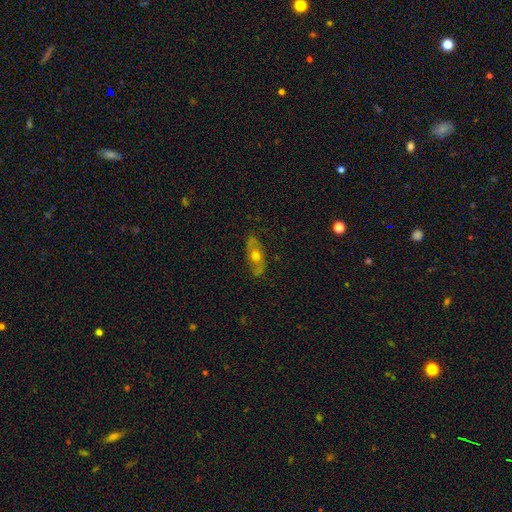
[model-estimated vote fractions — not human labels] This is possibly a featured or disk galaxy (50%). It is likely not viewed edge-on (71%). Merging: likely none (79%).